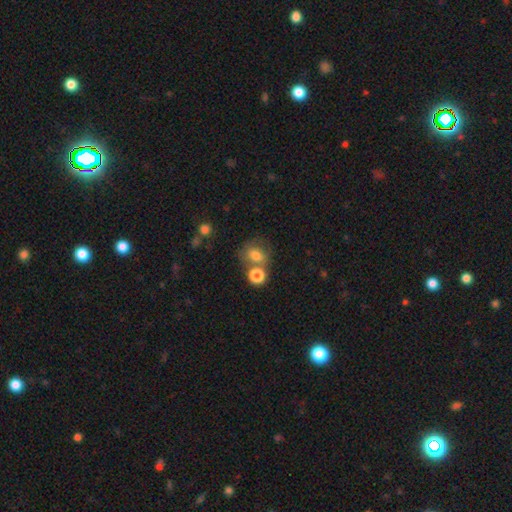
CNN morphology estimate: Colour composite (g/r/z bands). It shows a smooth galaxy with no disk features (72%) that is round (59%). Merging: none (51%).